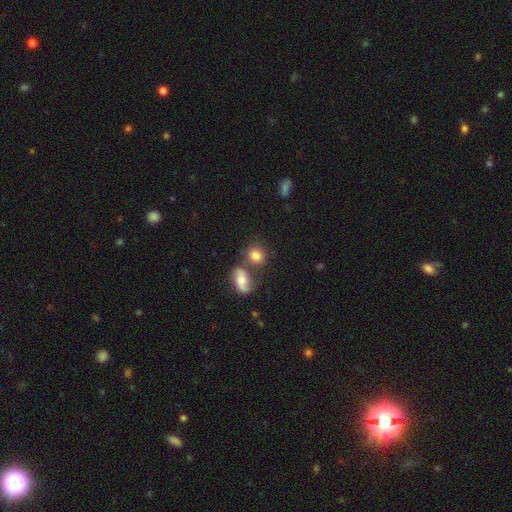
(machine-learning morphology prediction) smooth 75%, featured or disk 16%, star or artifact 9%. Down the decision tree: how rounded — round (63%); merging — none (55%).